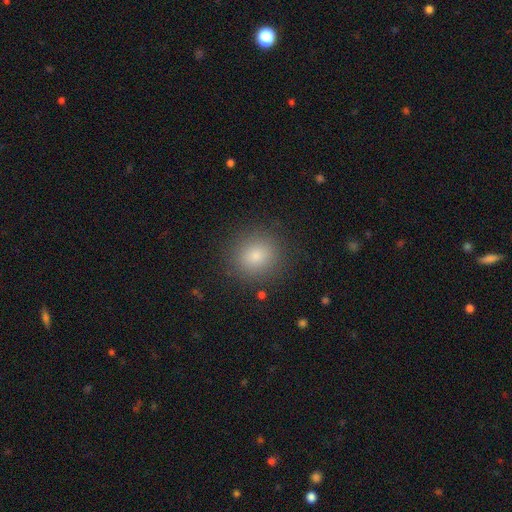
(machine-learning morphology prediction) smooth 80%, star or artifact 13%, featured or disk 7%. Down the decision tree: how rounded — round (84%); merging — none (89%).